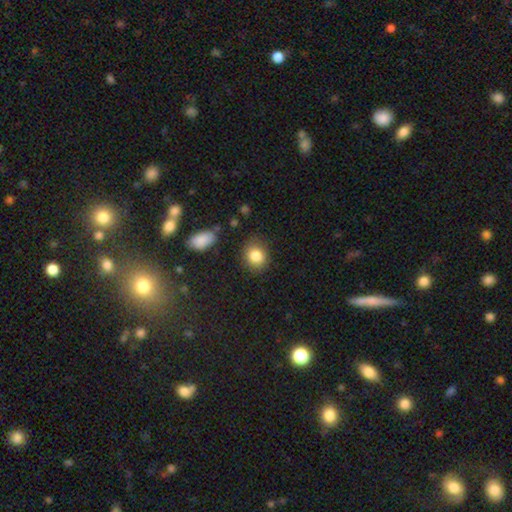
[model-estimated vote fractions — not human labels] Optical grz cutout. It shows a smooth galaxy with no disk features (84%) that is round (69%). Merging: none (82%).